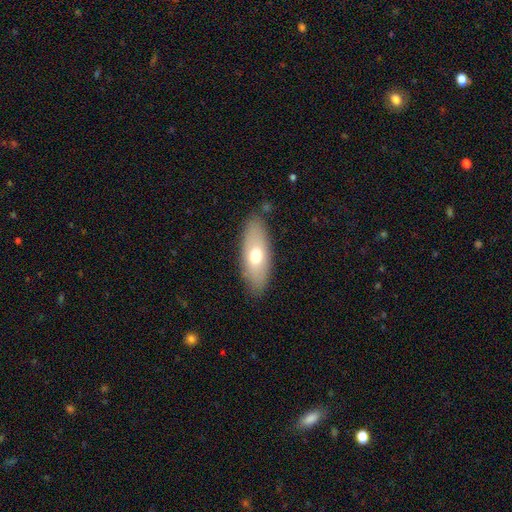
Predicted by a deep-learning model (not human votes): A smooth galaxy with no disk features (65%) that is in between round and cigar-shaped (76%).

Vote fractions:
- Smooth or featured? smooth: 65% / featured or disk: 28% / star or artifact: 7%
- How rounded? in between: 76% / cigar-shaped: 21% / round: 3%
- Merging? none: 83% / minor disturbance: 12% / major disturbance: 3% / merger: 2%